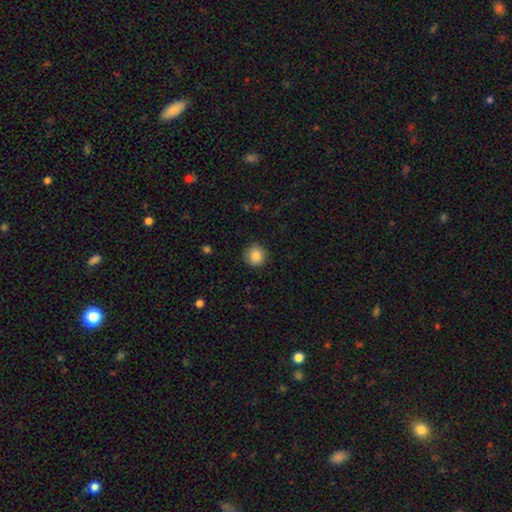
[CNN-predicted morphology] Smooth or featured: smooth — 86% (star or artifact — 9%)
How rounded: round — 94% (in between — 5%)
Merging: none — 89% (minor disturbance — 8%)